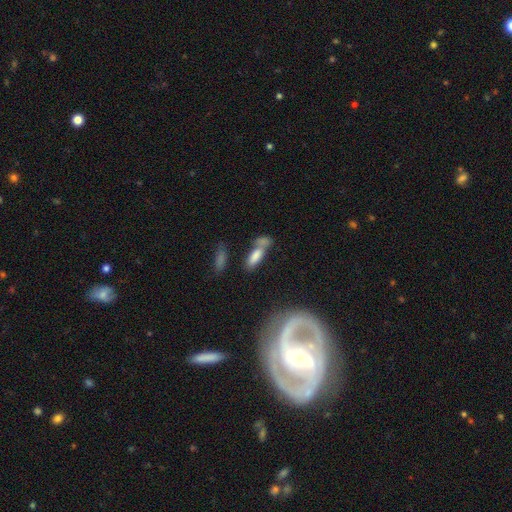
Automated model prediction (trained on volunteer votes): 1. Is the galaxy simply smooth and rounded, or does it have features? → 77% smooth, 13% featured or disk, 9% star or artifact.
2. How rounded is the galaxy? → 63% in between, 34% cigar-shaped, 3% round.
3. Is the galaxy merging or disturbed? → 40% merger, 39% none, 14% minor disturbance, 7% major disturbance.